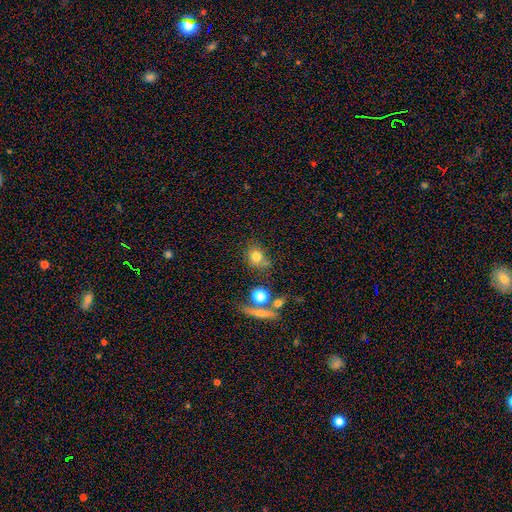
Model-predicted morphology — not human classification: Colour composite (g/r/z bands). It shows a smooth galaxy with no disk features (76%) that is round (69%). Merging: none (62%).